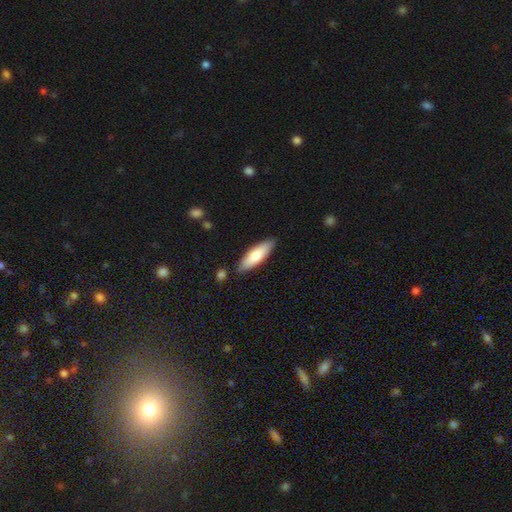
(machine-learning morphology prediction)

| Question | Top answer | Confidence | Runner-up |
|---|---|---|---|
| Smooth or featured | smooth | 75% | featured or disk (20%) |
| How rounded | cigar-shaped | 51% | in between (47%) |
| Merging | none | 85% | minor disturbance (11%) |